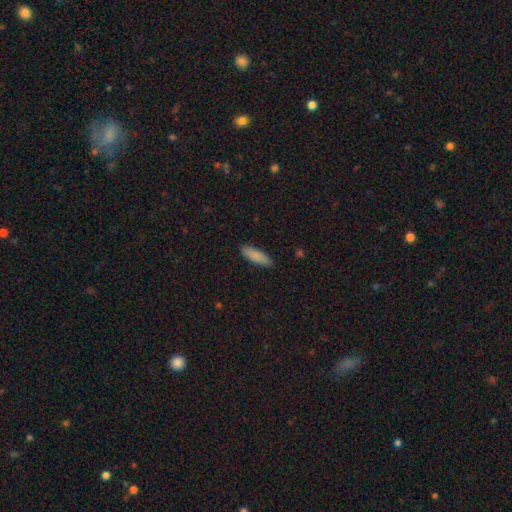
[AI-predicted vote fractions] The model was most divided on "how rounded": in between: 50%, cigar-shaped: 48%, round: 2%. More confident: merging — none (88%); smooth or featured — smooth (88%).